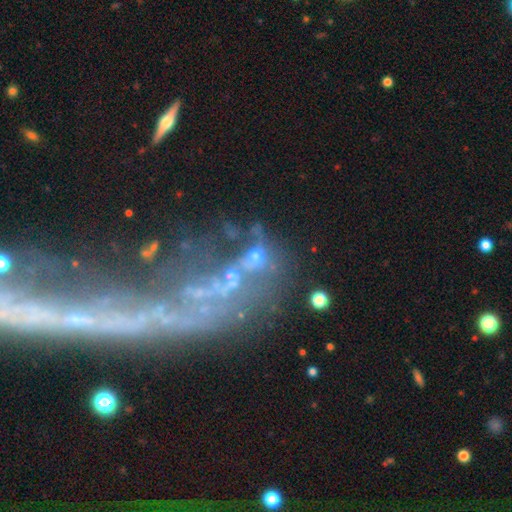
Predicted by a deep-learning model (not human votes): This is marginally a featured or disk galaxy (41%). Merging: marginally merger (37%).